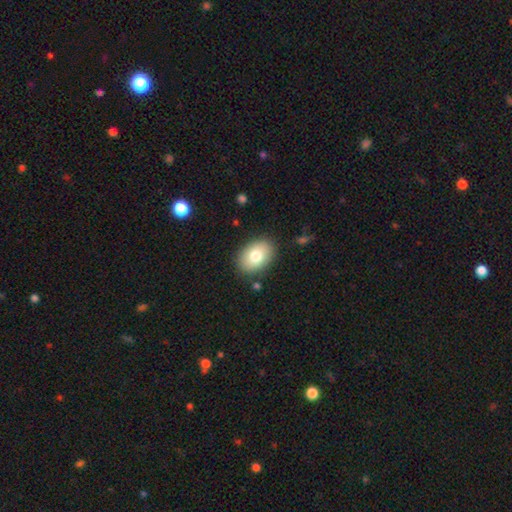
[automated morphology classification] A smooth galaxy with no disk features (78%) that is in between round and cigar-shaped (83%). Merging: none (86%).